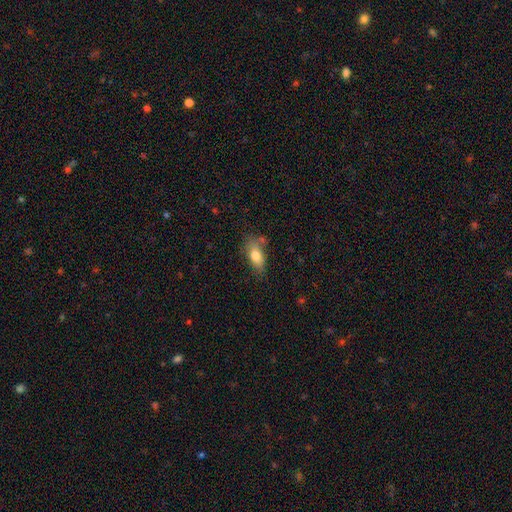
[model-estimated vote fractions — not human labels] A smooth galaxy with no disk features (77%) that is in between round and cigar-shaped (86%). Merging: none (61%).